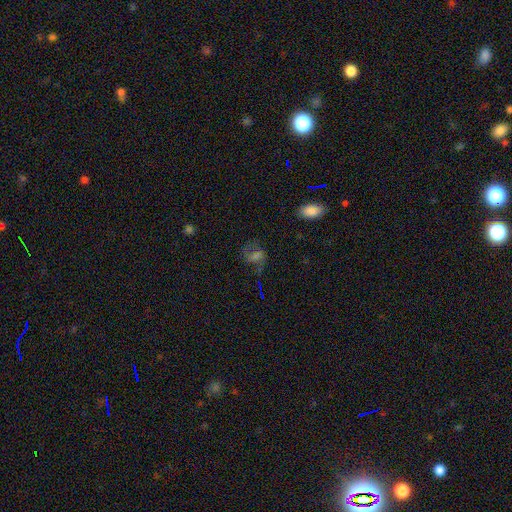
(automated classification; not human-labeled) Q: Smooth or featured?
A: featured or disk (55%); runner-up: smooth (28%)
Q: Edge-on disk?
A: no (96%); runner-up: yes (4%)
Q: Bar?
A: weak (48%); runner-up: no (32%)
Q: Spiral arms?
A: yes (82%); runner-up: no (18%)
Q: Bulge size?
A: small (42%); runner-up: moderate (32%)
Q: Merging?
A: none (64%); runner-up: minor disturbance (18%)